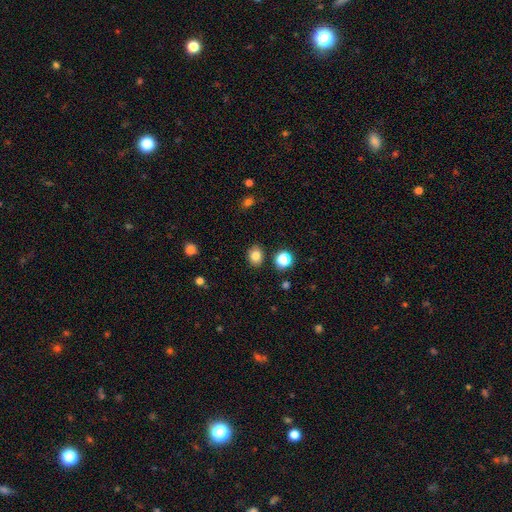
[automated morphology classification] Smooth or featured?
  - smooth: 82% *
  - star or artifact: 11%
  - featured or disk: 7%
How rounded?
  - round: 54% *
  - in between: 45%
  - cigar-shaped: 1%
Merging?
  - none: 86% *
  - minor disturbance: 8%
  - merger: 3%
  - major disturbance: 2%